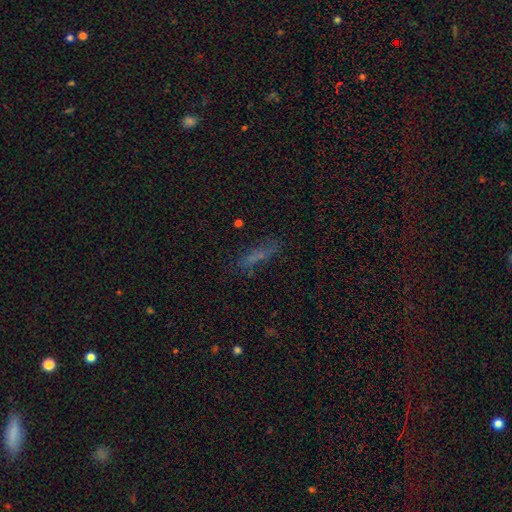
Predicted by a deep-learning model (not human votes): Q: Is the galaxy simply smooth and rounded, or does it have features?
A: smooth — 42%.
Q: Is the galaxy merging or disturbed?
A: none — 76%.